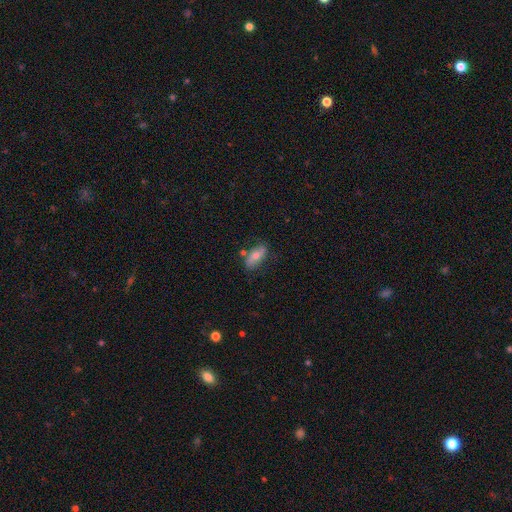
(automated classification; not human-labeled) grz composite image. It shows a smooth galaxy with no disk features (60%) that is in between round and cigar-shaped (83%). Merging: none (70%).